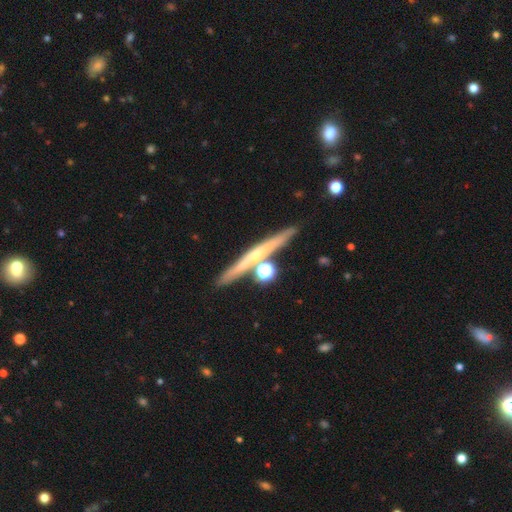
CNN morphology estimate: smooth_or_featured: featured or disk (p=0.62) [alt: smooth p=0.28]
disk_edge_on: yes (p=0.95) [alt: no p=0.05]
edge_on_bulge: rounded (p=0.67) [alt: none p=0.28]
merging: none (p=0.78) [alt: merger p=0.12]